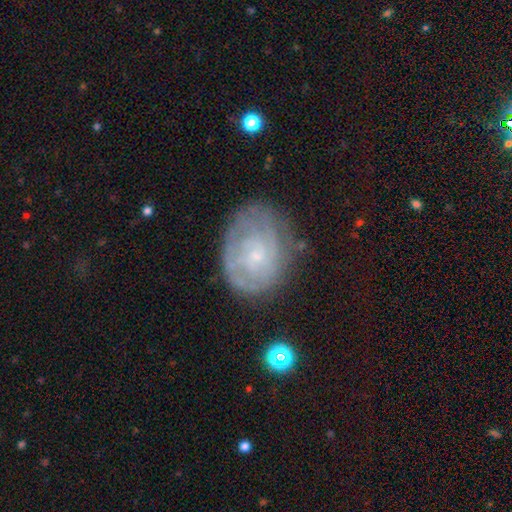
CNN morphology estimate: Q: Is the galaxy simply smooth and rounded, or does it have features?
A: featured or disk — 72%.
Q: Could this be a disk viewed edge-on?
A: no — 97%.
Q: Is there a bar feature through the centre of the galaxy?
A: no — 77%.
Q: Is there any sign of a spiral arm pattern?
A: yes — 81%.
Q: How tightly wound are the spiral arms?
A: tight — 69%.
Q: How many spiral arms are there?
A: can't tell — 53%.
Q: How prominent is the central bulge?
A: small — 80%.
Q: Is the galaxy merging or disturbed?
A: none — 69%.